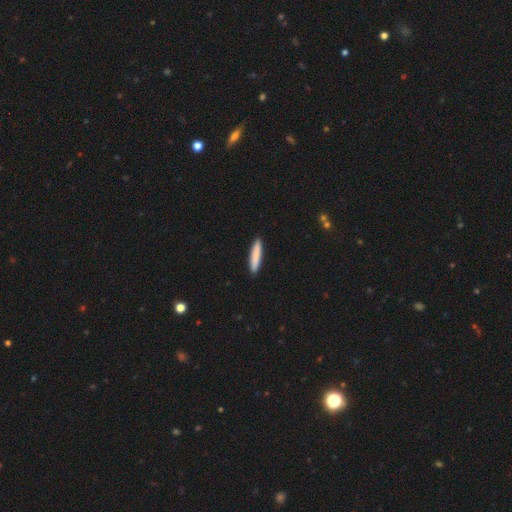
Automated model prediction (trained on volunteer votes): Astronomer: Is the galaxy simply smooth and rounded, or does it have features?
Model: smooth — 85%.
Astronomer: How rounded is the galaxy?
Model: cigar-shaped — 90%.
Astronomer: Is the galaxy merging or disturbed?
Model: none — 92%.